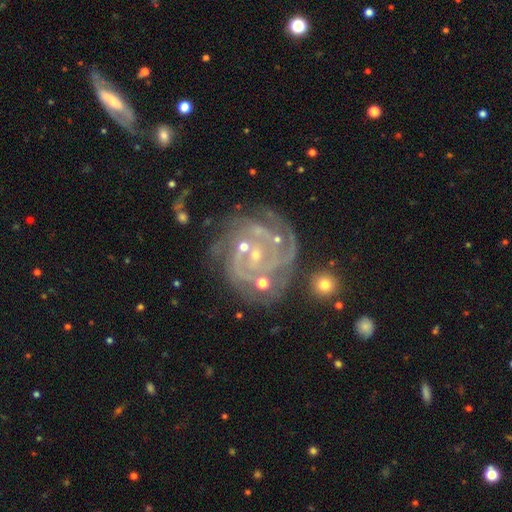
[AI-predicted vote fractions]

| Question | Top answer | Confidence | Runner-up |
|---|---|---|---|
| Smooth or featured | featured or disk | 85% | star or artifact (9%) |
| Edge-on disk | no | 98% | yes (2%) |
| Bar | no | 63% | weak (28%) |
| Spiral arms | yes | 94% | no (6%) |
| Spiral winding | tight | 67% | medium (27%) |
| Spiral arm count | can't tell | 27% | 3 (24%) |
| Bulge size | small | 74% | moderate (15%) |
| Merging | none | 53% | minor disturbance (18%) |